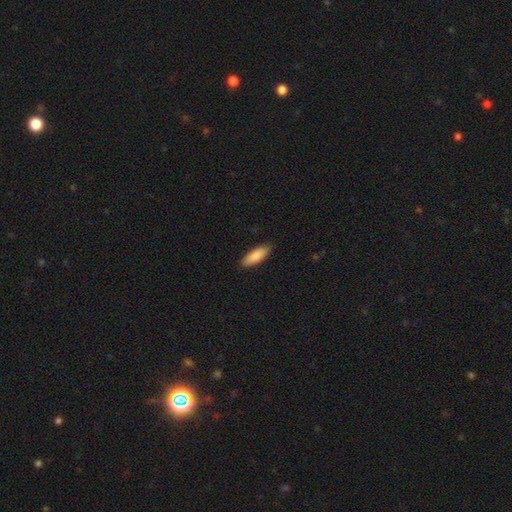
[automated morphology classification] Smooth or featured?
  - smooth: 87% *
  - featured or disk: 8%
  - star or artifact: 6%
How rounded?
  - in between: 63% *
  - cigar-shaped: 35%
  - round: 2%
Merging?
  - none: 86% *
  - minor disturbance: 11%
  - major disturbance: 2%
  - merger: 1%